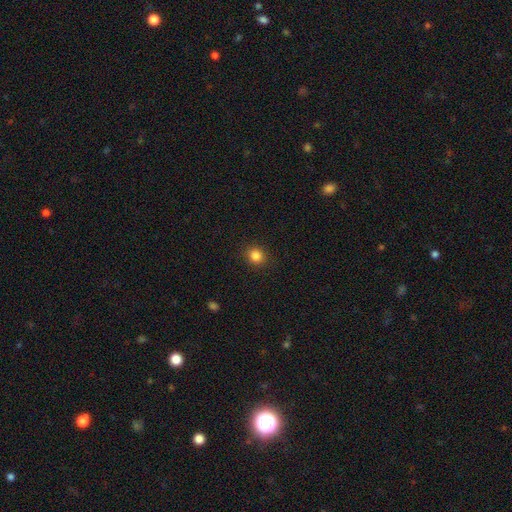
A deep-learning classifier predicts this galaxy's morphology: A smooth galaxy with no disk features (85%) that is round (86%). Merging: none (90%).